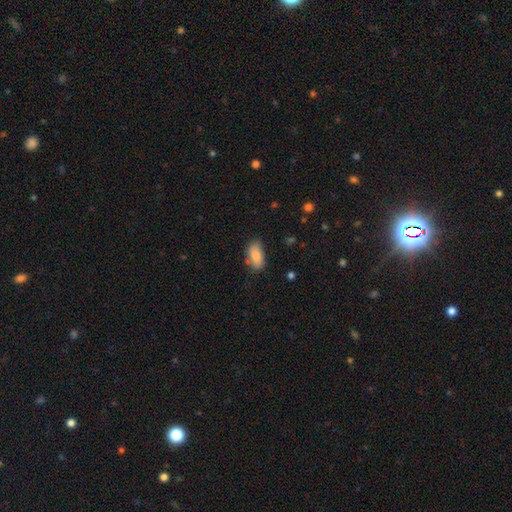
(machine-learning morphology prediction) Smooth or featured?
  - smooth: 86% *
  - featured or disk: 7%
  - star or artifact: 7%
How rounded?
  - in between: 91% *
  - cigar-shaped: 5%
  - round: 4%
Merging?
  - none: 70% *
  - minor disturbance: 21%
  - major disturbance: 5%
  - merger: 3%